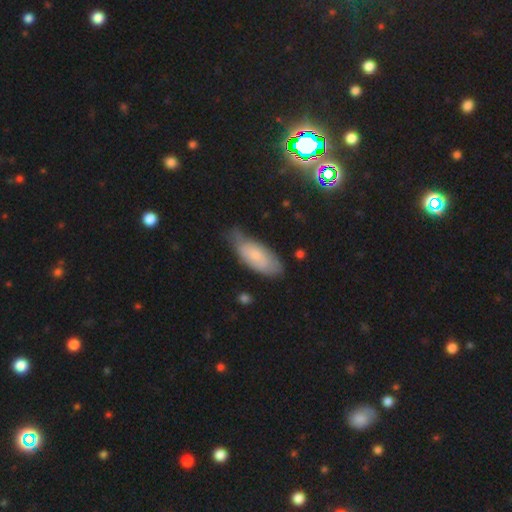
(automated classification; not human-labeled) Smooth or featured?
  - smooth: 66% *
  - featured or disk: 27%
  - star or artifact: 8%
How rounded?
  - in between: 82% *
  - cigar-shaped: 16%
  - round: 2%
Merging?
  - none: 50% *
  - minor disturbance: 38%
  - major disturbance: 10%
  - merger: 2%